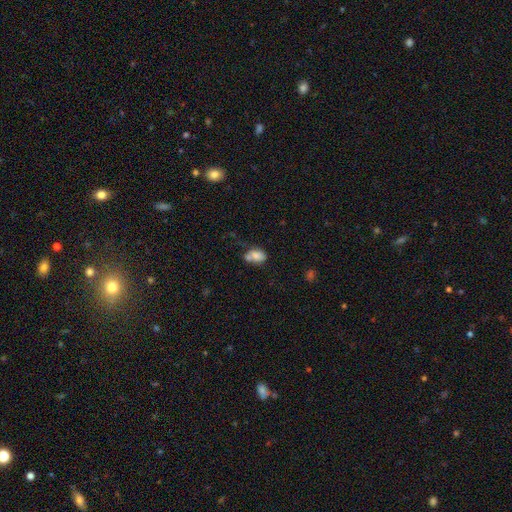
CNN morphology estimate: Smooth or featured?
  - smooth: 75% *
  - featured or disk: 15%
  - star or artifact: 10%
How rounded?
  - in between: 78% *
  - round: 20%
  - cigar-shaped: 2%
Merging?
  - none: 36% *
  - merger: 35%
  - minor disturbance: 21%
  - major disturbance: 9%